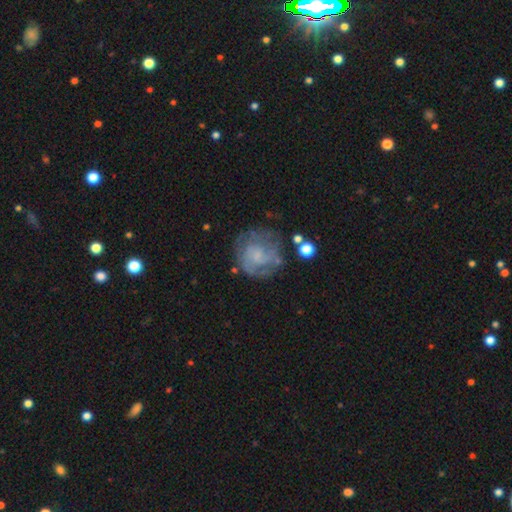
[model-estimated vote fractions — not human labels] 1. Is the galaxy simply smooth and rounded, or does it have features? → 68% featured or disk, 23% smooth, 9% star or artifact.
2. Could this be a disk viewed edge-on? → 98% no, 2% yes.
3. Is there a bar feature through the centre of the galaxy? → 72% no, 24% weak, 4% strong.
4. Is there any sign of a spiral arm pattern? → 78% yes, 22% no.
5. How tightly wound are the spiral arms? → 50% tight, 35% medium, 15% loose.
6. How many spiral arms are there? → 42% can't tell, 23% 2, 18% 3, 6% 4, 6% 1, 4% more than 4.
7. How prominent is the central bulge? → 47% small, 33% none, 16% moderate, 2% large, 1% dominant.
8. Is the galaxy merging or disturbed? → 59% none, 20% minor disturbance, 17% major disturbance, 4% merger.